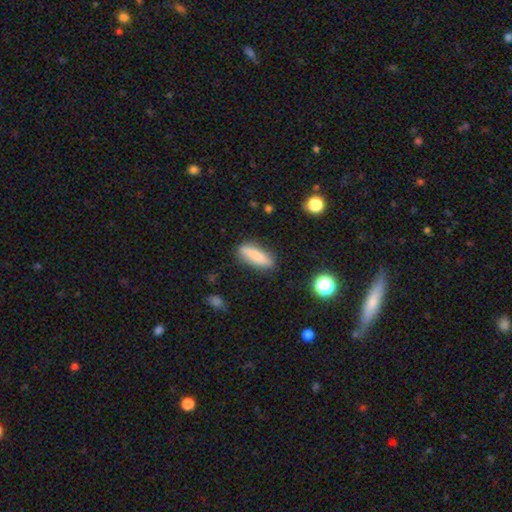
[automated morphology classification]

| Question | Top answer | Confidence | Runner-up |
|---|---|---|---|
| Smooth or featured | smooth | 79% | featured or disk (14%) |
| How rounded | cigar-shaped | 53% | in between (44%) |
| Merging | none | 80% | minor disturbance (14%) |